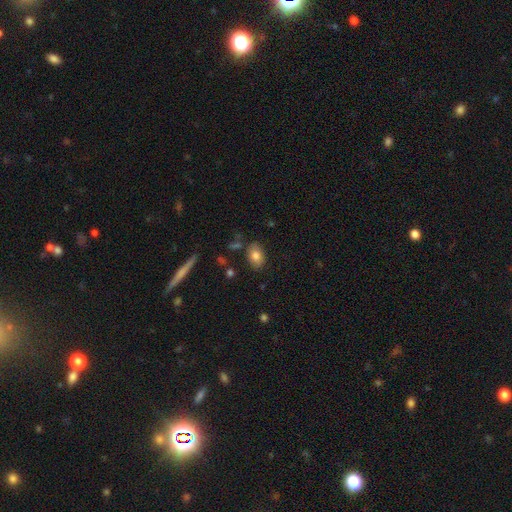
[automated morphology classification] The model was most divided on "how rounded": in between: 84%, round: 15%, cigar-shaped: 2%. More confident: merging — none (82%); smooth or featured — smooth (80%).